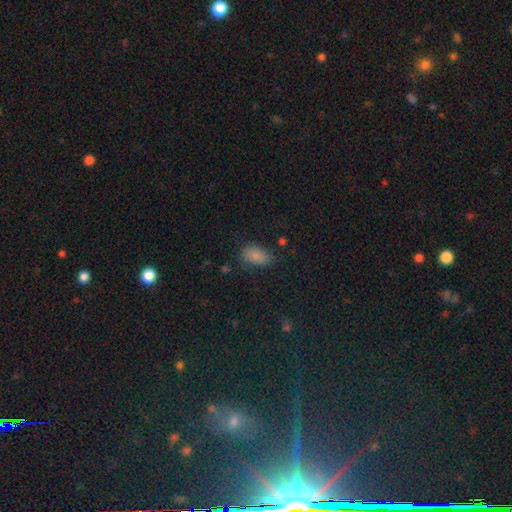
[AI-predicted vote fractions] smooth-or-featured: smooth: 82% | star or artifact: 10% | featured or disk: 8%
  how-rounded: in between: 91% | round: 7% | cigar-shaped: 2%
  merging: none: 66% | minor disturbance: 24% | major disturbance: 7% | merger: 3%